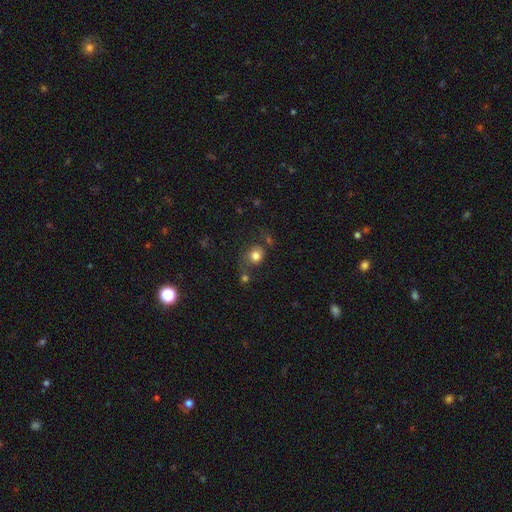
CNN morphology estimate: A smooth galaxy with no disk features (77%) that is round (75%).

Vote fractions:
- Smooth or featured? smooth: 77% / star or artifact: 12% / featured or disk: 11%
- How rounded? round: 75% / in between: 24% / cigar-shaped: 1%
- Merging? none: 55% / minor disturbance: 18% / merger: 16% / major disturbance: 12%